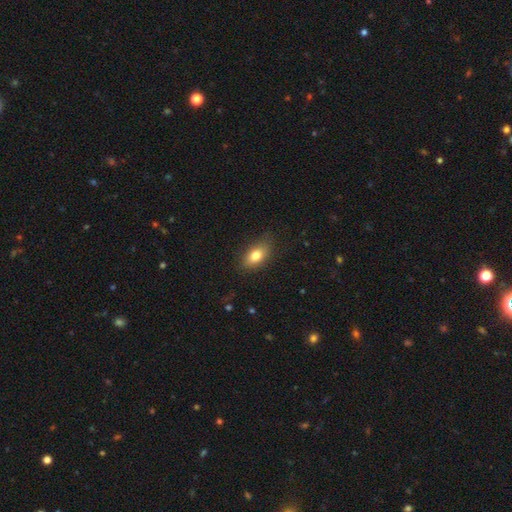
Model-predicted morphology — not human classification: smooth_or_featured: smooth (p=0.79) [alt: featured or disk p=0.12]
how_rounded: in between (p=0.85) [alt: round p=0.09]
merging: none (p=0.80) [alt: minor disturbance p=0.15]